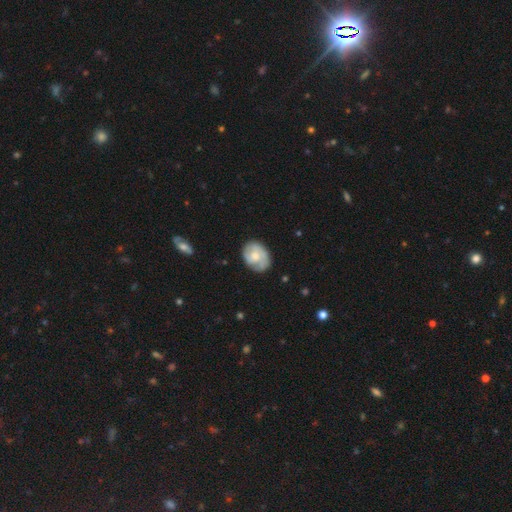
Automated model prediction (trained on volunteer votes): smooth-or-featured: featured or disk: 51% | smooth: 43% | star or artifact: 6%
  disk-edge-on: no: 97% | yes: 3%
  merging: none: 68% | minor disturbance: 24% | major disturbance: 7% | merger: 2%